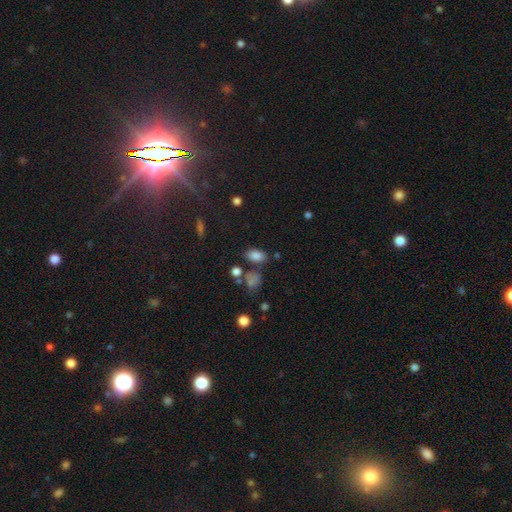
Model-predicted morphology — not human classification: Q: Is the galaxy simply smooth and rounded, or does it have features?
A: smooth — 81%.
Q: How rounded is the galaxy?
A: in between — 89%.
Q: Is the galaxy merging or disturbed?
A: none — 71%.